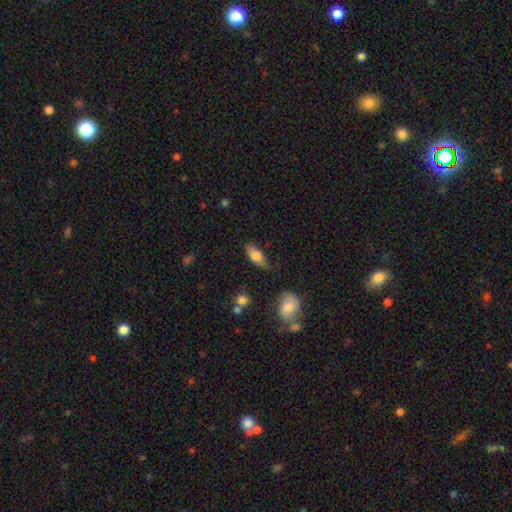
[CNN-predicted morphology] type=smooth (76%); roundness=in between (80%); merging=none (71%).